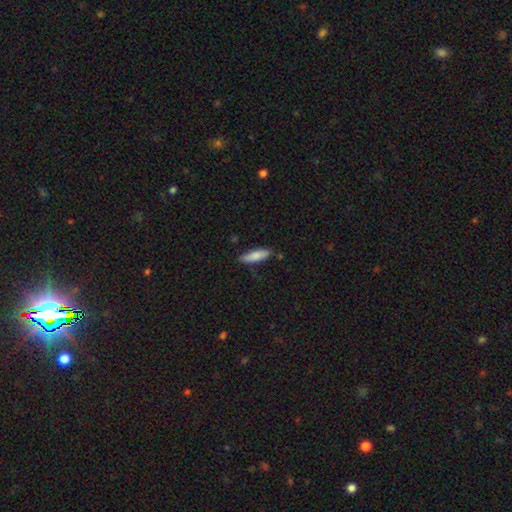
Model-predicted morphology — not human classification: The model was most divided on "how rounded": cigar-shaped: 56%, in between: 42%, round: 2%. More confident: smooth or featured — smooth (83%); merging — none (80%).